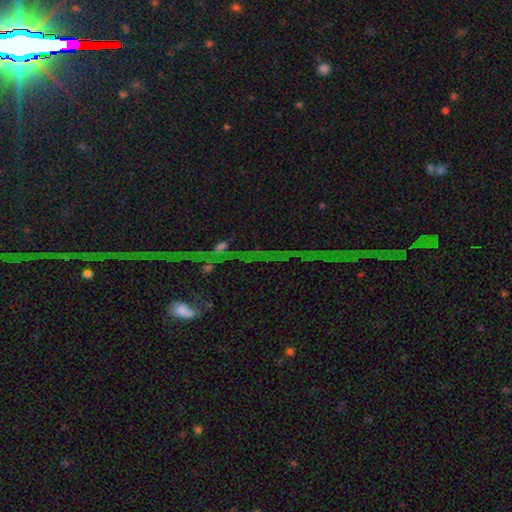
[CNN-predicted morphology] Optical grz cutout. It shows a star or artifact, not a galaxy (81%).